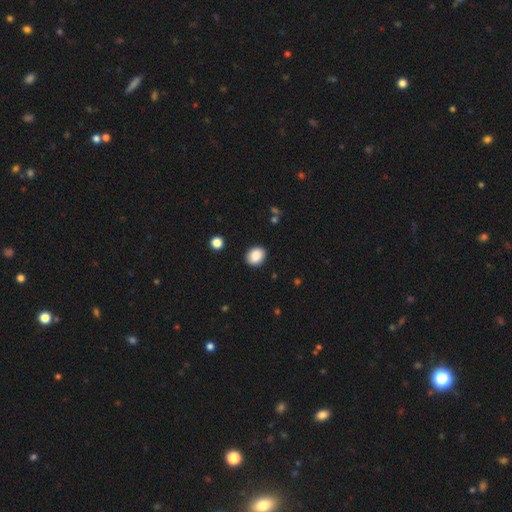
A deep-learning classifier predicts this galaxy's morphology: Smooth or featured? Predicted: smooth (p=0.88). How rounded? Predicted: round (p=0.51). Merging? Predicted: none (p=0.89).